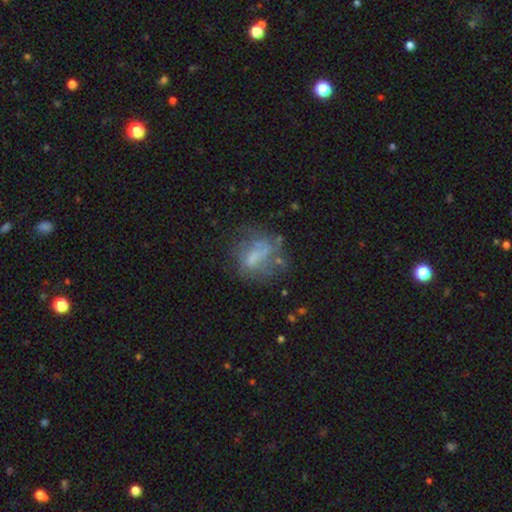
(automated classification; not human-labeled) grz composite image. It shows a featured or disk galaxy (47%). Merging: none (45%).